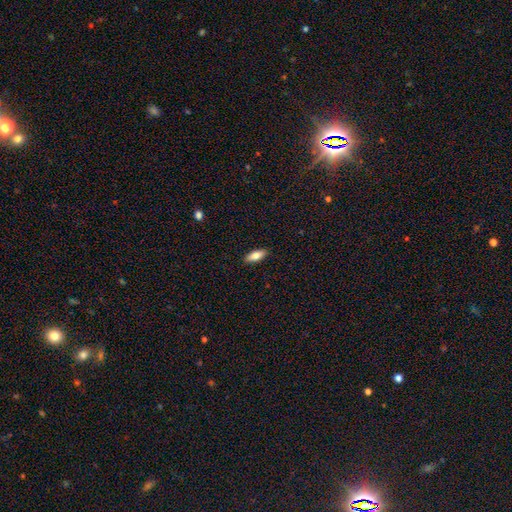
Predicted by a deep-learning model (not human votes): Smooth or featured: smooth — 79% (featured or disk — 15%)
How rounded: in between — 74% (cigar-shaped — 24%)
Merging: none — 90% (minor disturbance — 7%)